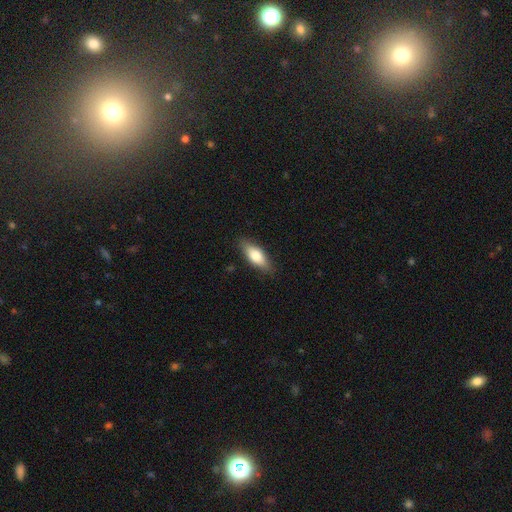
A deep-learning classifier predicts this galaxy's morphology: A smooth galaxy with no disk features (70%) that is in between round and cigar-shaped (69%). Merging: none (85%).